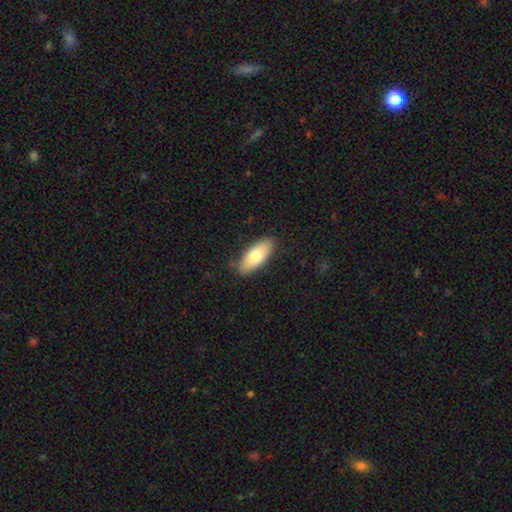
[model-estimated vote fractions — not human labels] smooth-or-featured: smooth: 74% | featured or disk: 20% | star or artifact: 6%
  how-rounded: in between: 83% | cigar-shaped: 14% | round: 2%
  merging: none: 85% | minor disturbance: 12% | major disturbance: 2% | merger: 1%